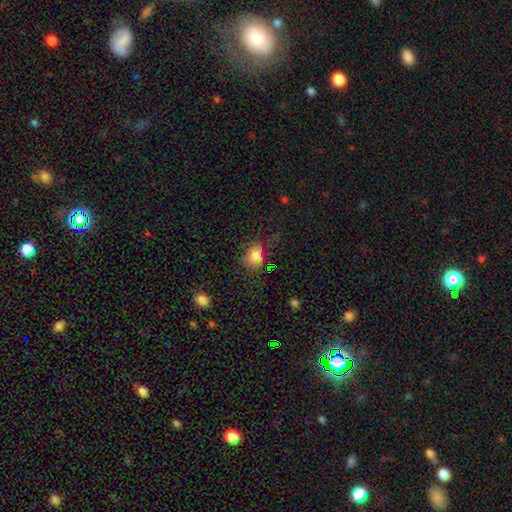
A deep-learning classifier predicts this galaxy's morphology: A smooth galaxy with no disk features (78%) that is in between round and cigar-shaped (58%). Merging: none (66%).